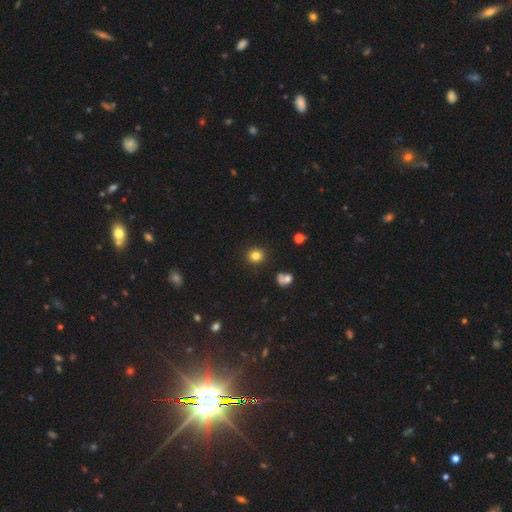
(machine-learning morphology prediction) This is clearly a smooth galaxy (82%). How rounded: clearly round (88%). Merging: clearly none (90%).